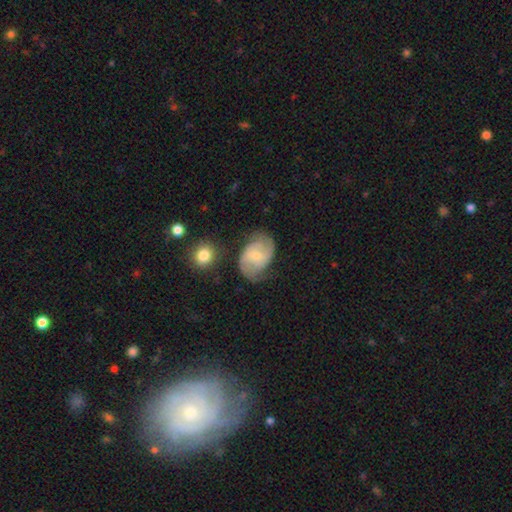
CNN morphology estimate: Smooth or featured?
  - featured or disk: 69% *
  - smooth: 25%
  - star or artifact: 6%
Edge-on disk?
  - no: 97% *
  - yes: 3%
Bar?
  - weak: 45% *
  - no: 44%
  - strong: 11%
Spiral arms?
  - yes: 90% *
  - no: 10%
Spiral winding?
  - medium: 48% *
  - loose: 27%
  - tight: 25%
Spiral arm count?
  - 2: 83% *
  - can't tell: 9%
  - 3: 3%
  - 1: 2%
  - 4: 1%
  - more than 4: 1%
Bulge size?
  - small: 57% *
  - moderate: 37%
  - none: 3%
  - large: 2%
  - dominant: 1%
Merging?
  - none: 61% *
  - minor disturbance: 24%
  - major disturbance: 10%
  - merger: 5%